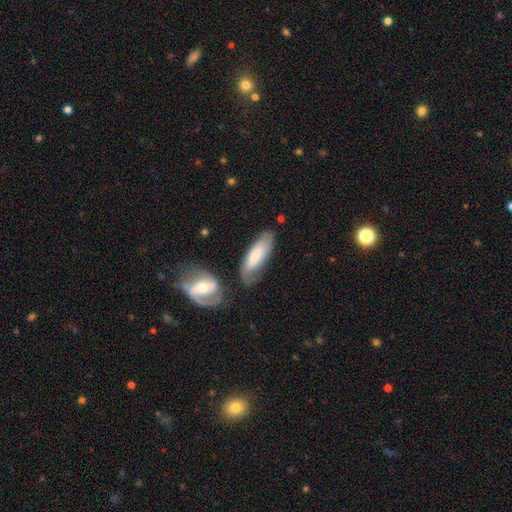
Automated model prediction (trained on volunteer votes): A smooth galaxy with no disk features (60%) that is in between round and cigar-shaped (63%). Merging: none (58%).